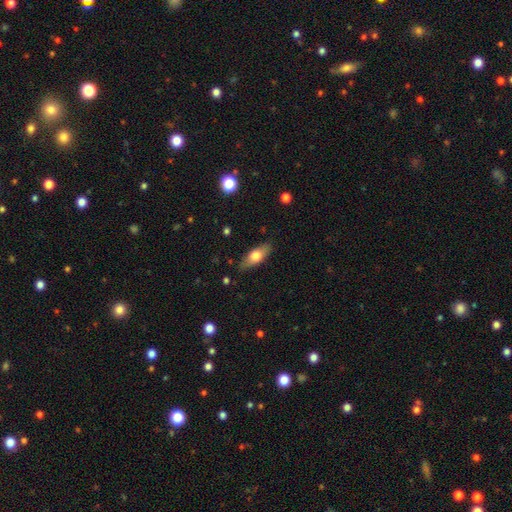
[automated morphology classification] A smooth galaxy with no disk features (62%) that is in between round and cigar-shaped (71%). Merging: none (83%).